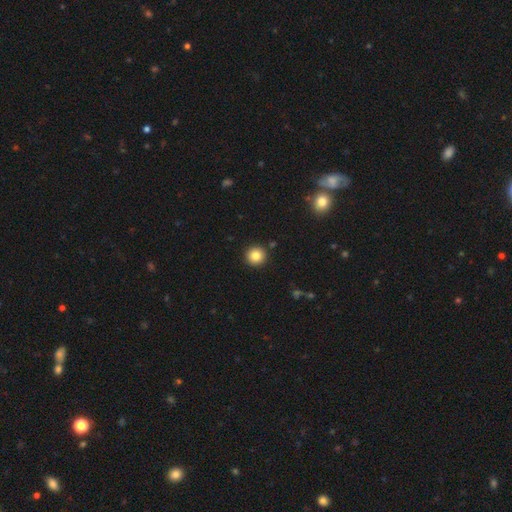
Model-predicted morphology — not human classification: smooth 83%, star or artifact 10%, featured or disk 7%. Down the decision tree: how rounded — round (95%); merging — none (91%).